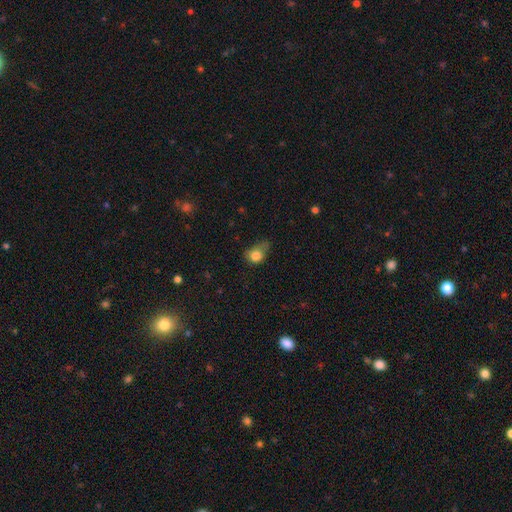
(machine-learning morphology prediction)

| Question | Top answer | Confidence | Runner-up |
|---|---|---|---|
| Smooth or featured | smooth | 80% | star or artifact (10%) |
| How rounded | round | 52% | in between (46%) |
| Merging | minor disturbance | 40% | none (30%) |